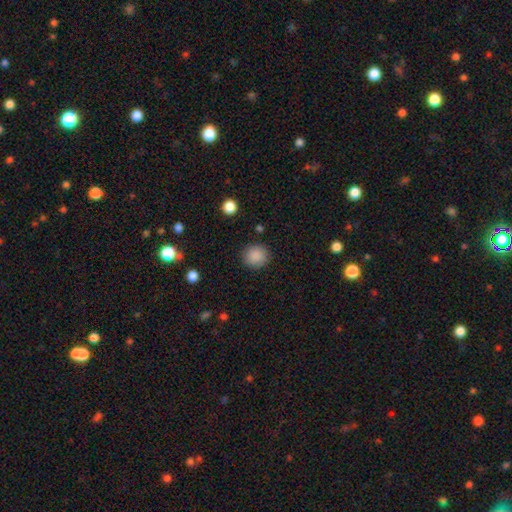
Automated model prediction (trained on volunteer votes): This appears to be a smooth galaxy with no disk features (88%) that is round (89%). Merging: none (89%).